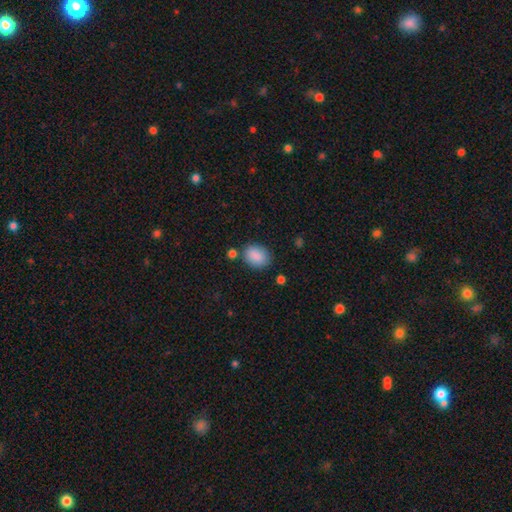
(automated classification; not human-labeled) Smooth or featured?
  - smooth: 88% *
  - star or artifact: 8%
  - featured or disk: 4%
How rounded?
  - in between: 64% *
  - round: 35%
  - cigar-shaped: 1%
Merging?
  - none: 77% *
  - minor disturbance: 14%
  - merger: 6%
  - major disturbance: 4%